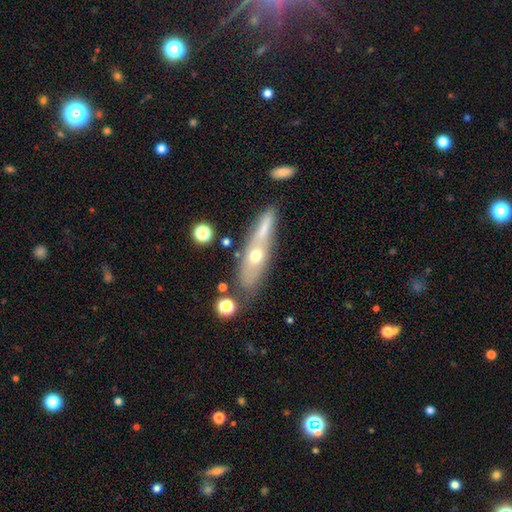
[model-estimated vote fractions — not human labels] This appears to be a featured or disk galaxy (55%) viewed edge-on (62%). Merging: none (61%).